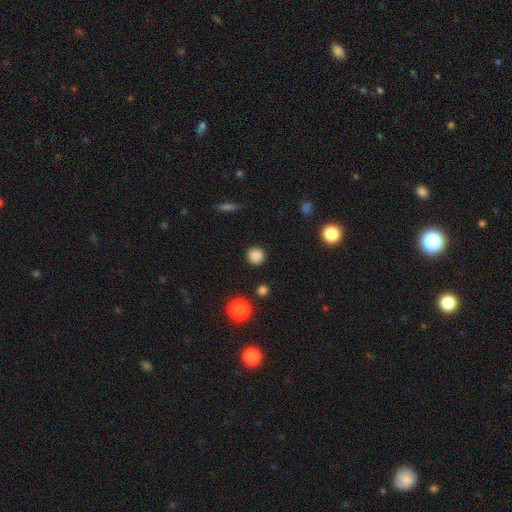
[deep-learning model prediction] smooth-or-featured: smooth: 85% | star or artifact: 11% | featured or disk: 3%
  how-rounded: round: 93% | in between: 6% | cigar-shaped: 1%
  merging: none: 90% | minor disturbance: 6% | major disturbance: 2% | merger: 2%